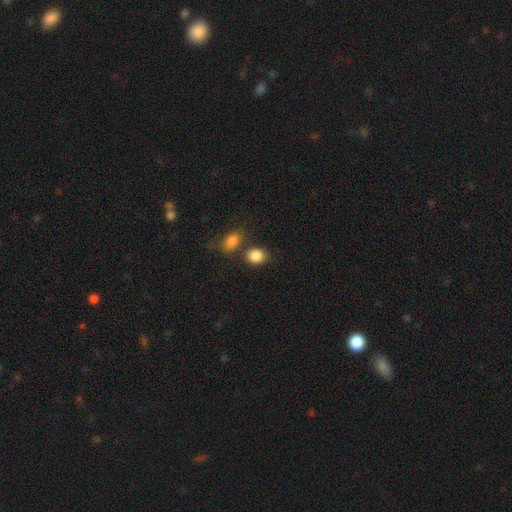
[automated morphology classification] Smooth or featured?
  - smooth: 87% *
  - star or artifact: 9%
  - featured or disk: 5%
How rounded?
  - round: 54% *
  - in between: 44%
  - cigar-shaped: 1%
Merging?
  - none: 68% *
  - merger: 17%
  - minor disturbance: 11%
  - major disturbance: 4%